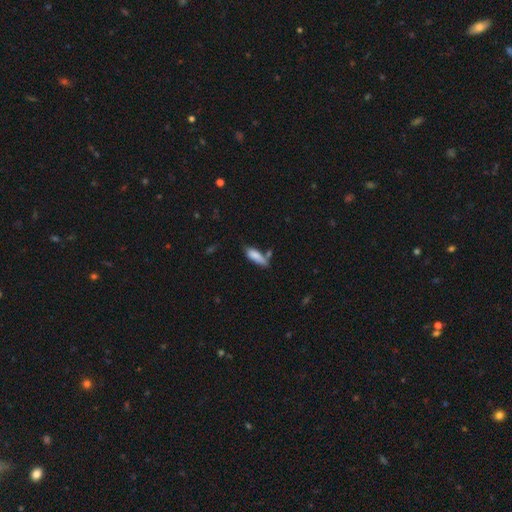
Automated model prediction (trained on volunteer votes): This is clearly a smooth galaxy (82%). How rounded: possibly in between (55%). Merging: possibly none (54%).